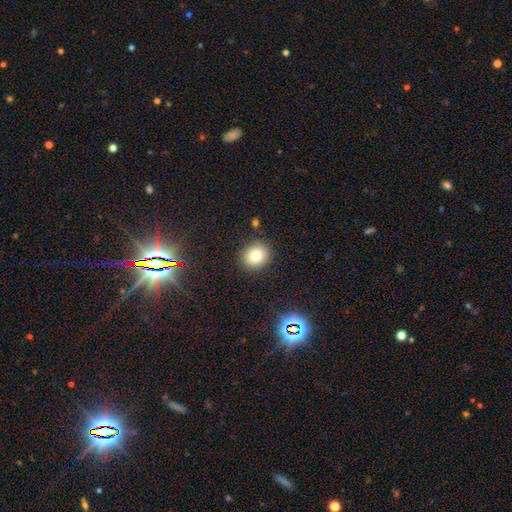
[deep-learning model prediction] The model was most divided on "smooth or featured": smooth: 76%, star or artifact: 14%, featured or disk: 10%. More confident: merging — none (88%); how rounded — round (81%).